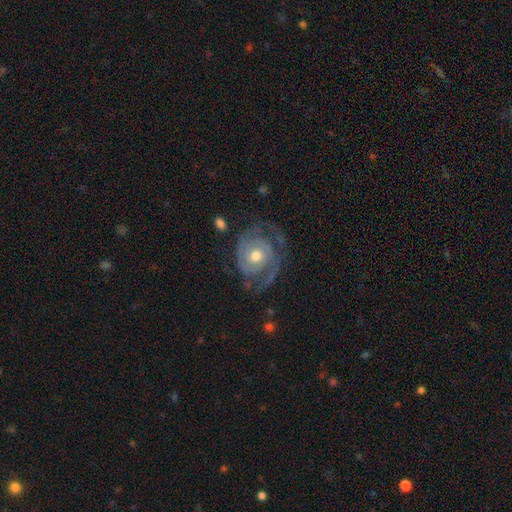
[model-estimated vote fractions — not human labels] A featured or disk galaxy (81%) with no bar (78%), 2 (43%) tight (56%) spiral arms (89%) and a moderate central bulge (72%). Merging: none (56%).